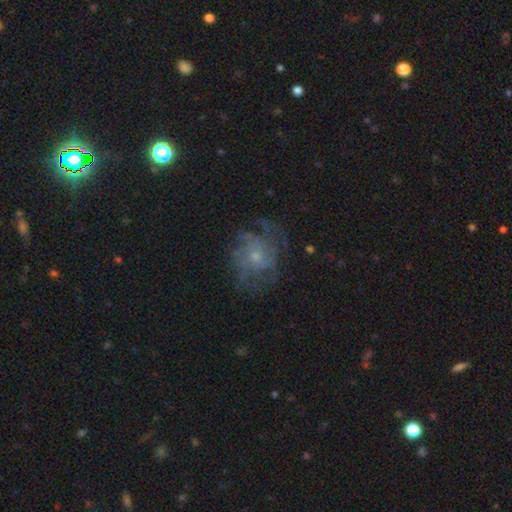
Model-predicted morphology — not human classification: Smooth or featured? featured or disk (67%)
Edge-on disk? no (97%)
Bar? no (83%)
Spiral arms? yes (76%)
Bulge size? small (67%)
Merging? none (60%)